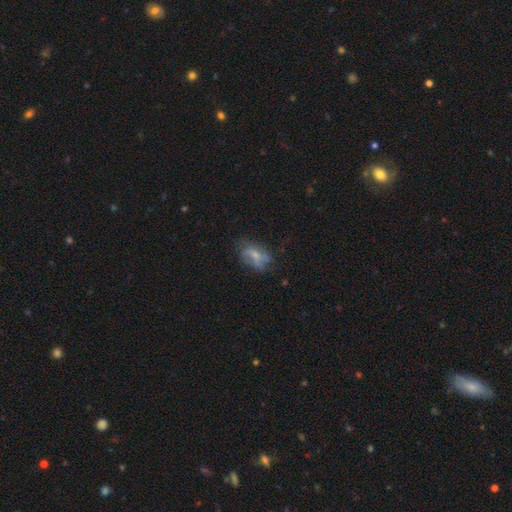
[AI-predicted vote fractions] Smooth or featured? Predicted: smooth (p=0.49). Merging? Predicted: none (p=0.52).